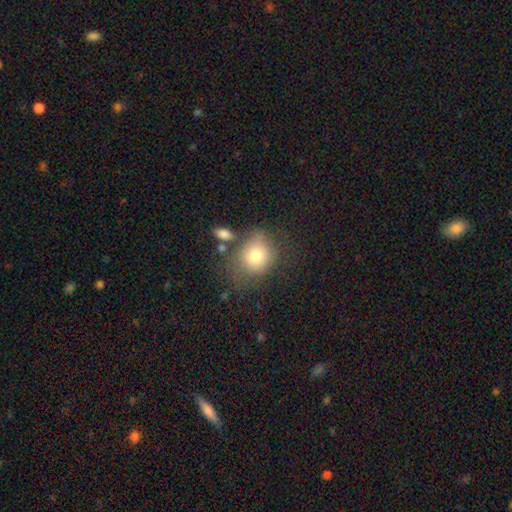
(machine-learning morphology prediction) type=smooth (77%); roundness=round (60%); merging=none (52%).